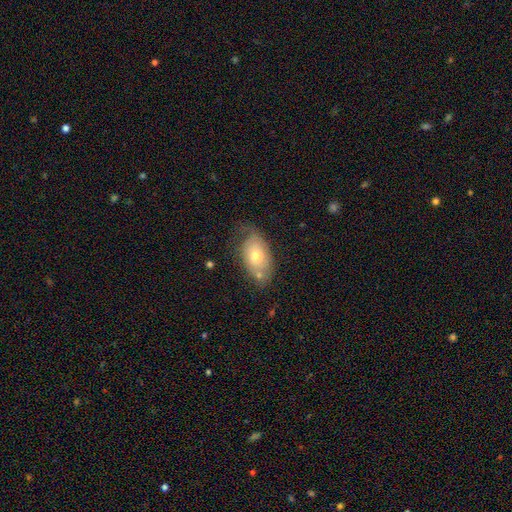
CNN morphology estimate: Q: Smooth or featured?
A: smooth (57%); runner-up: featured or disk (36%)
Q: How rounded?
A: in between (89%); runner-up: round (9%)
Q: Merging?
A: none (51%); runner-up: minor disturbance (28%)